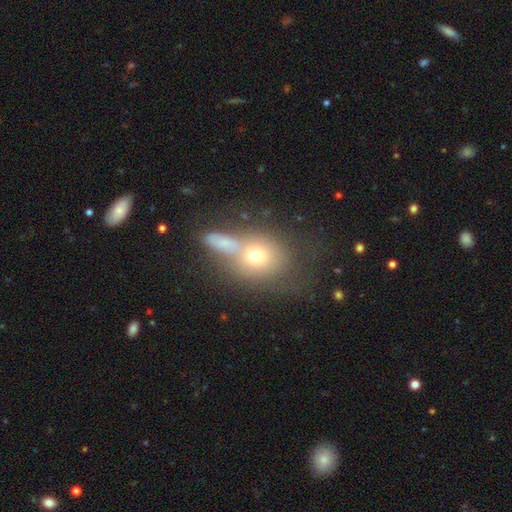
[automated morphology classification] Smooth or featured: smooth — 65% (featured or disk — 22%)
How rounded: round — 66% (in between — 32%)
Merging: merger — 47% (none — 31%)